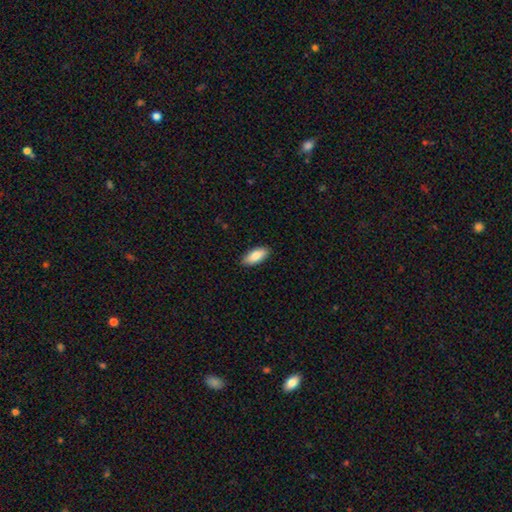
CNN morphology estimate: smooth 85%, featured or disk 9%, star or artifact 6%. Down the decision tree: how rounded — in between (85%); merging — none (89%).